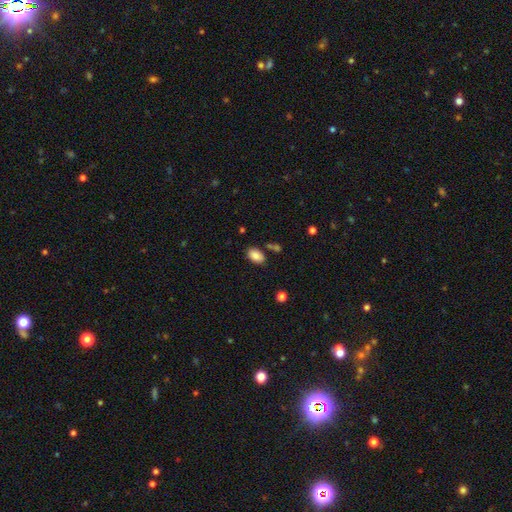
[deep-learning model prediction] Smooth or featured? smooth (86%)
How rounded? in between (90%)
Merging? none (78%)